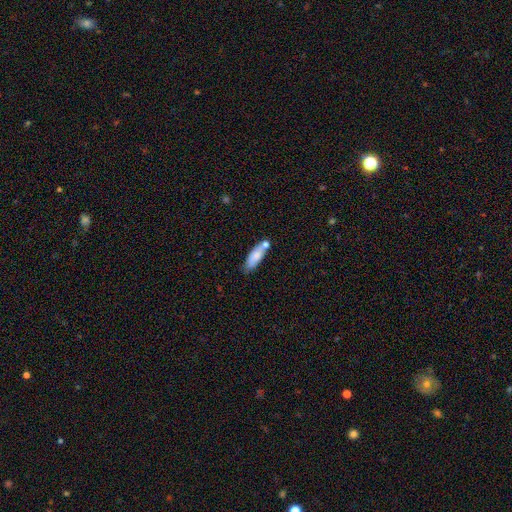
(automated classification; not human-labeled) This appears to be a smooth galaxy with no disk features (78%) that is in between round and cigar-shaped (57%). Merging: none (57%).